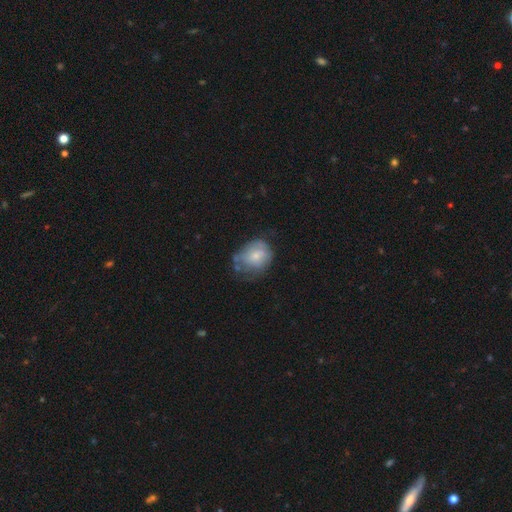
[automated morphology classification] The model was most divided on "merging": none: 41%, minor disturbance: 35%, major disturbance: 19%, merger: 5%. More confident: smooth or featured — smooth (59%); how rounded — round (55%).